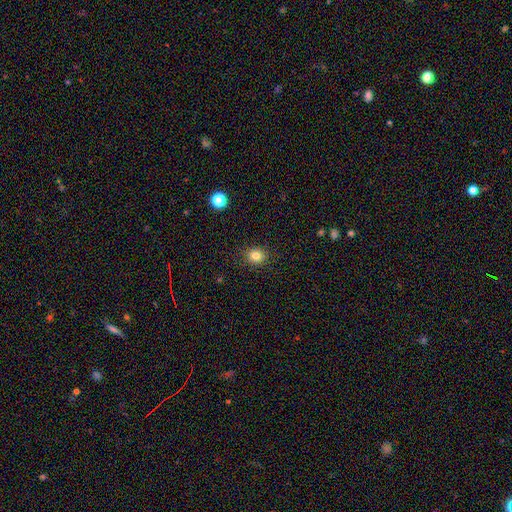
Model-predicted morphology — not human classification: smooth_or_featured: smooth (p=0.82) [alt: star or artifact p=0.12]
how_rounded: round (p=0.73) [alt: in between p=0.27]
merging: none (p=0.89) [alt: minor disturbance p=0.08]